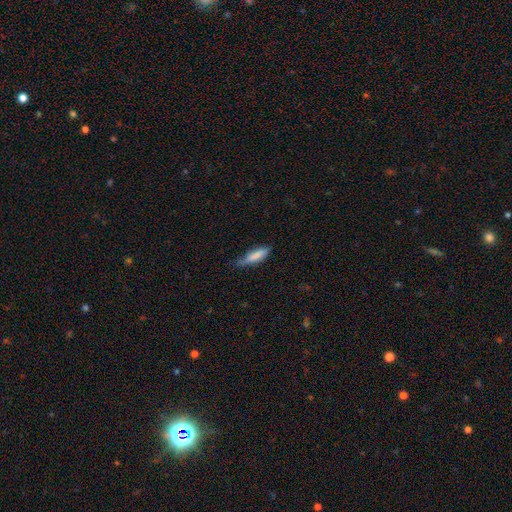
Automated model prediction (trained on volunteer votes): Q: Smooth or featured?
A: smooth (80%); runner-up: featured or disk (14%)
Q: How rounded?
A: cigar-shaped (69%); runner-up: in between (30%)
Q: Merging?
A: none (54%); runner-up: minor disturbance (36%)